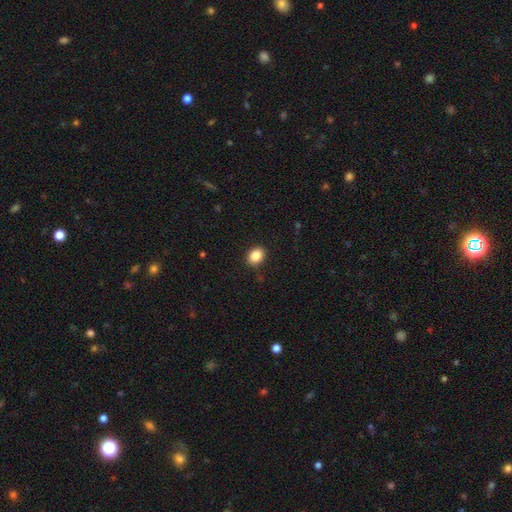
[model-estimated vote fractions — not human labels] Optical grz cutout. It shows a smooth galaxy with no disk features (86%) that is in between round and cigar-shaped (62%). Merging: none (88%).